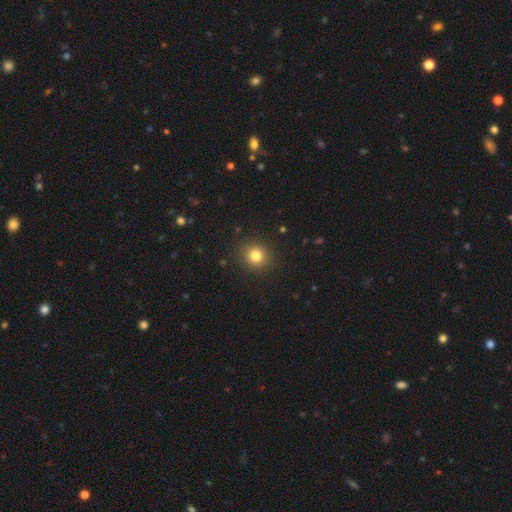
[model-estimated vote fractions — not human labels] A smooth galaxy with no disk features (81%) that is round (89%). Merging: none (91%).